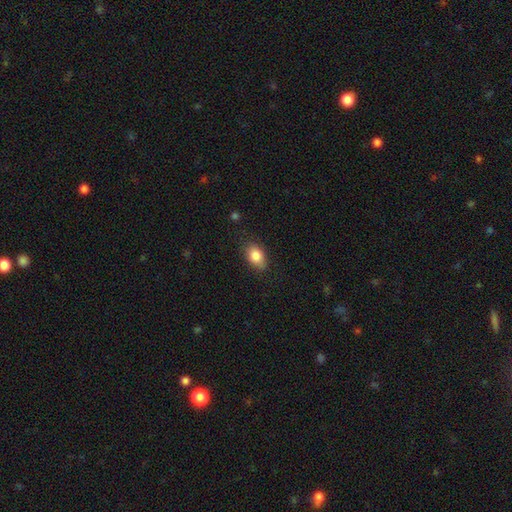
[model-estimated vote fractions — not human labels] Smooth or featured? Predicted: smooth (p=0.84). How rounded? Predicted: in between (p=0.81). Merging? Predicted: none (p=0.80).